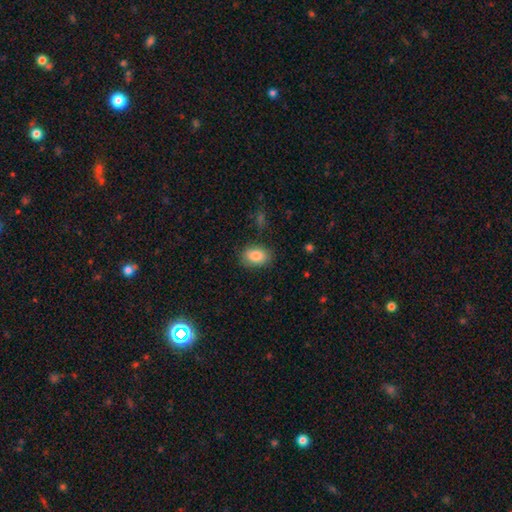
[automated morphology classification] Overall: smooth (86%). How rounded: in between (84%). Merging: none (83%).